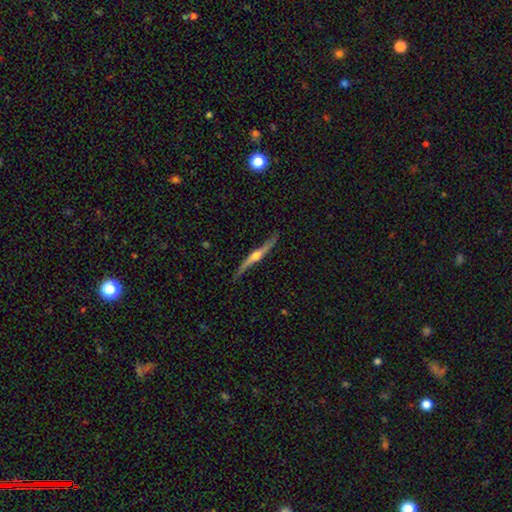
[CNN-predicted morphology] The model was most divided on "merging": none: 79%, minor disturbance: 16%, major disturbance: 3%, merger: 2%. More confident: edge-on disk — yes (94%); edge-on bulge — rounded (90%); smooth or featured — featured or disk (82%).